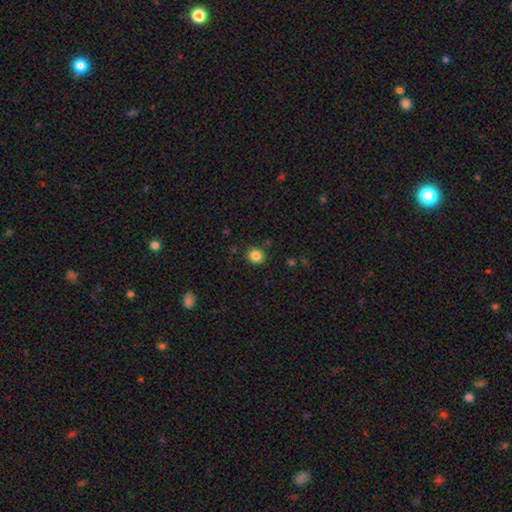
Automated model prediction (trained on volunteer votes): Smooth or featured?
  - smooth: 84% *
  - star or artifact: 11%
  - featured or disk: 4%
How rounded?
  - round: 84% *
  - in between: 15%
  - cigar-shaped: 1%
Merging?
  - none: 88% *
  - minor disturbance: 7%
  - major disturbance: 2%
  - merger: 2%